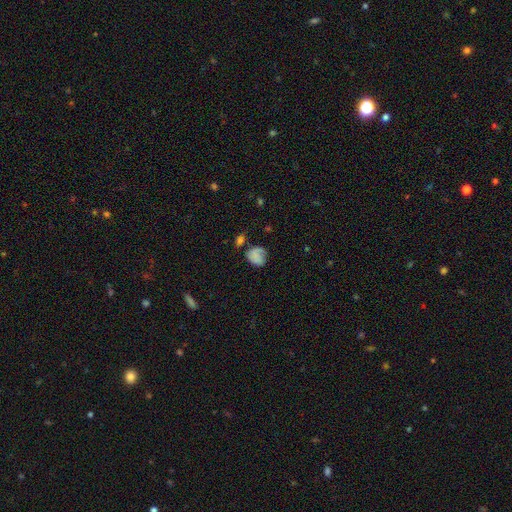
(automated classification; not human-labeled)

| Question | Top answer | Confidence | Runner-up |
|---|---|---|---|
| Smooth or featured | smooth | 65% | featured or disk (25%) |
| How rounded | round | 54% | in between (45%) |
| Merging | none | 45% | minor disturbance (29%) |